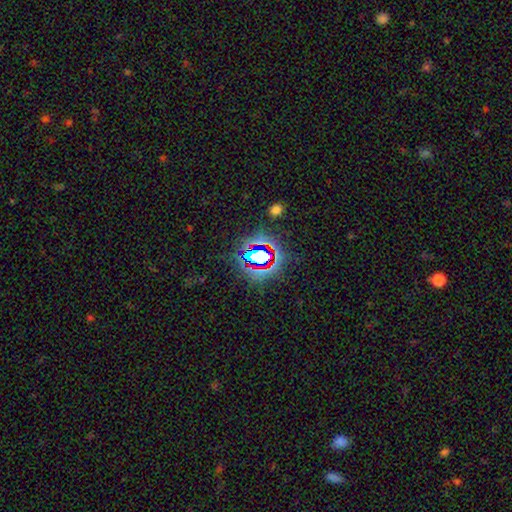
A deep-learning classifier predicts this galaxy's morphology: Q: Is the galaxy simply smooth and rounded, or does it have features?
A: star or artifact — 74%.